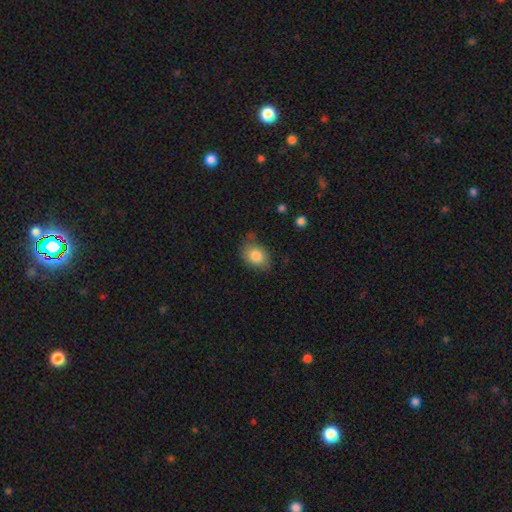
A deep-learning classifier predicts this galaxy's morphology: This appears to be a smooth galaxy with no disk features (82%) that is in between round and cigar-shaped (70%). Merging: none (67%).